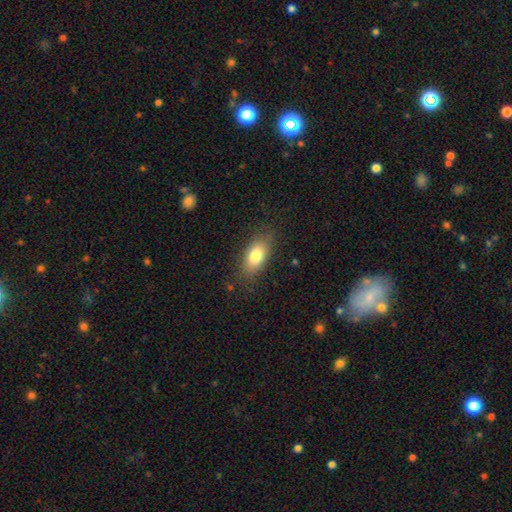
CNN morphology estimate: Q: Smooth or featured?
A: smooth (79%); runner-up: featured or disk (13%)
Q: How rounded?
A: in between (87%); runner-up: cigar-shaped (8%)
Q: Merging?
A: none (82%); runner-up: minor disturbance (13%)